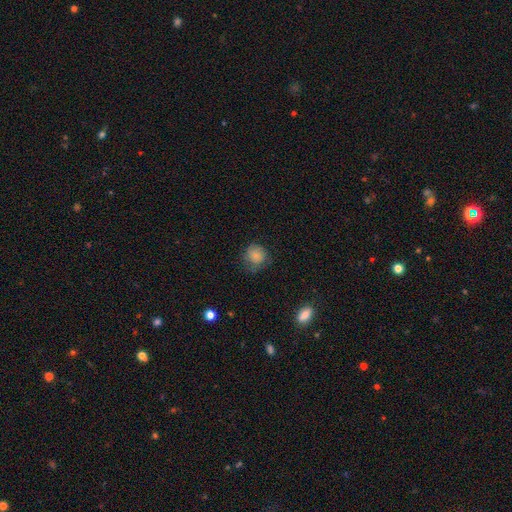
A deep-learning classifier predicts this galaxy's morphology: smooth-or-featured: smooth: 80% | featured or disk: 11% | star or artifact: 10%
  how-rounded: round: 83% | in between: 16% | cigar-shaped: 1%
  merging: none: 63% | minor disturbance: 26% | major disturbance: 10% | merger: 1%